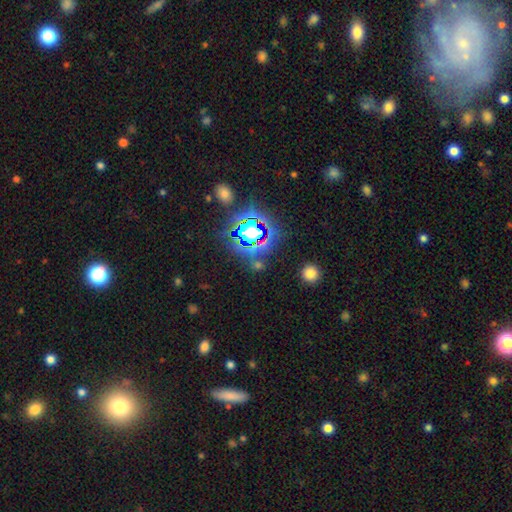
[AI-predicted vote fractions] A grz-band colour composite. It shows a star or artifact, not a galaxy (74%).